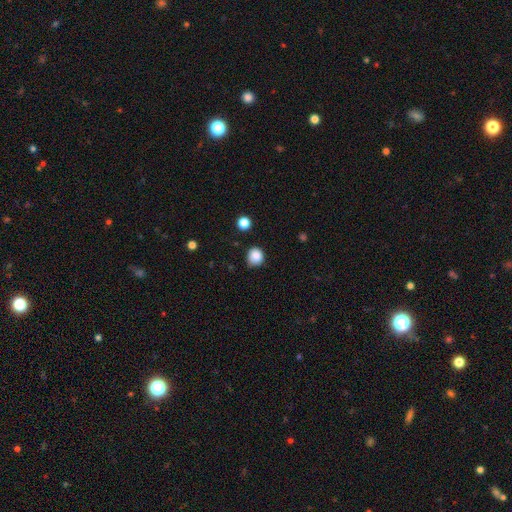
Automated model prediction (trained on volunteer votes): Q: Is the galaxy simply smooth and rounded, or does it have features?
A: smooth — 86%.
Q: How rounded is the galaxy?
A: round — 83%.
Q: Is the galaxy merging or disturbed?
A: none — 76%.